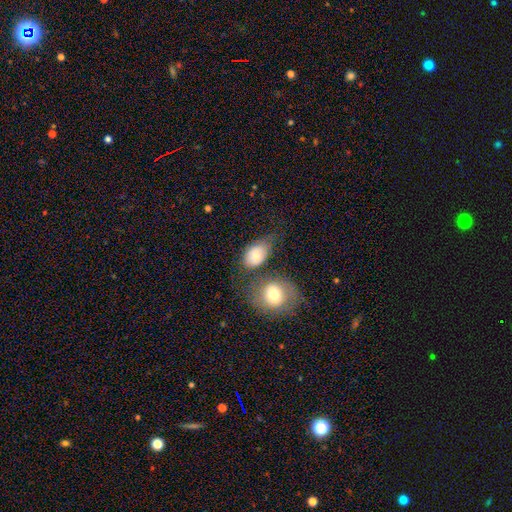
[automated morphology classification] Smooth or featured: smooth — 74% (featured or disk — 18%)
How rounded: in between — 77% (round — 22%)
Merging: none — 44% (merger — 25%)